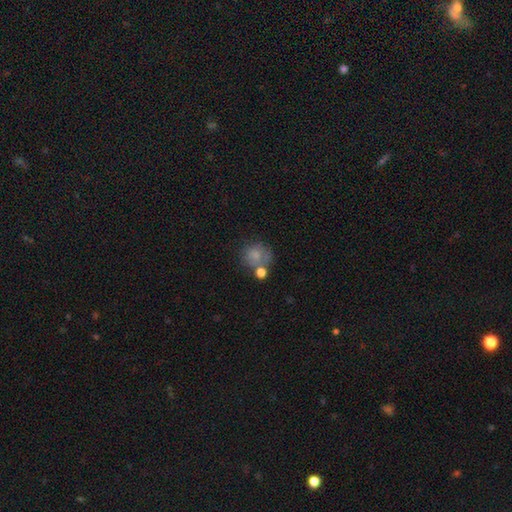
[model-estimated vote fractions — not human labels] Smooth or featured? smooth (75%)
How rounded? round (82%)
Merging? none (50%)